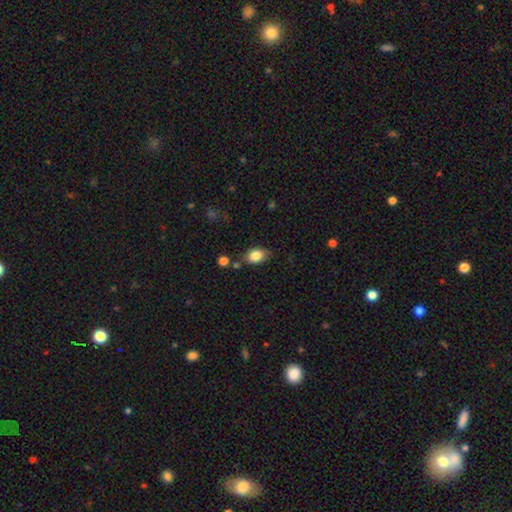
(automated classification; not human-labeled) smooth_or_featured: smooth (p=0.83) [alt: featured or disk p=0.09]
how_rounded: in between (p=0.86) [alt: round p=0.12]
merging: none (p=0.73) [alt: minor disturbance p=0.17]